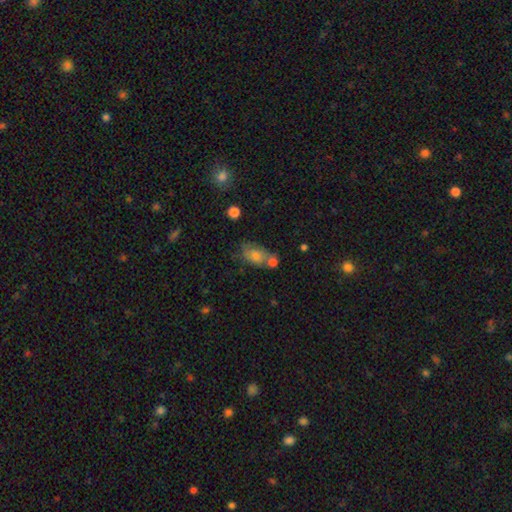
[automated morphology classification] smooth_or_featured: smooth (p=0.70) [alt: featured or disk p=0.19]
how_rounded: in between (p=0.85) [alt: round p=0.12]
merging: none (p=0.49) [alt: merger p=0.22]